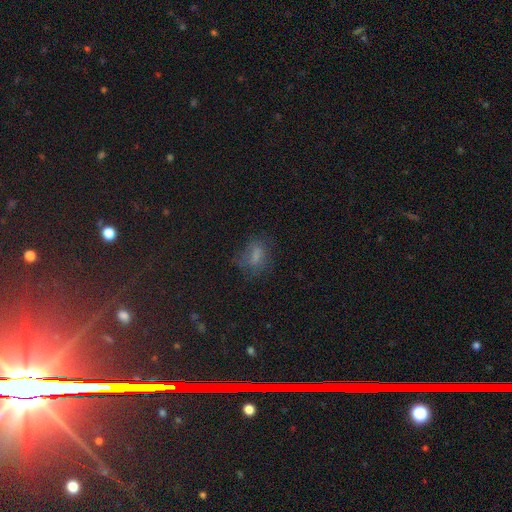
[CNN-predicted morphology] The model was most divided on "merging": none: 54%, minor disturbance: 23%, major disturbance: 20%, merger: 3%. More confident: how rounded — in between (67%); smooth or featured — smooth (60%).